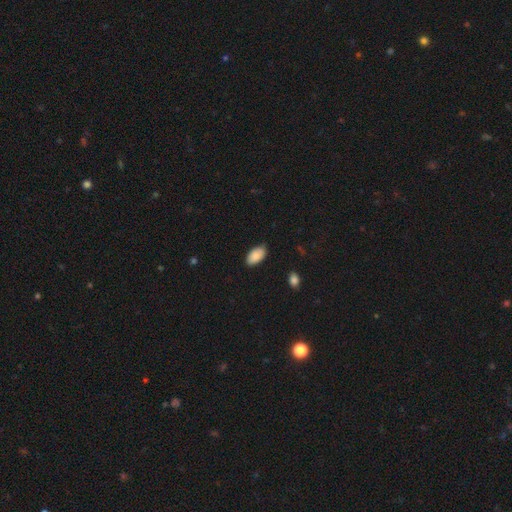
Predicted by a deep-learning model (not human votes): This is clearly a smooth galaxy (88%). How rounded: clearly in between (95%). Merging: clearly none (83%).